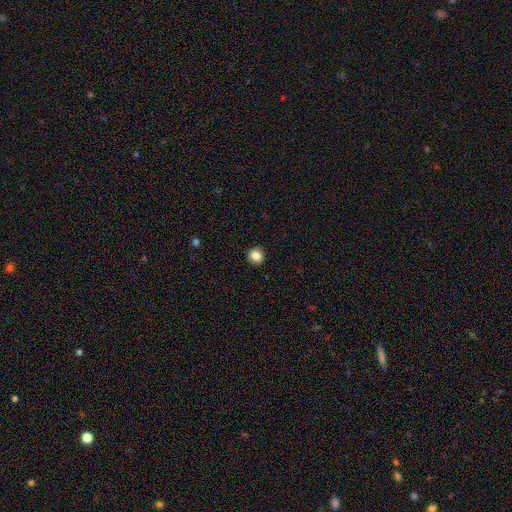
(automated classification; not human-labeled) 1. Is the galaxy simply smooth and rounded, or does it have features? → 85% smooth, 10% star or artifact, 5% featured or disk.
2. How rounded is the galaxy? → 92% round, 7% in between, 1% cigar-shaped.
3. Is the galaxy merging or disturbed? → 92% none, 5% minor disturbance, 2% major disturbance, 1% merger.